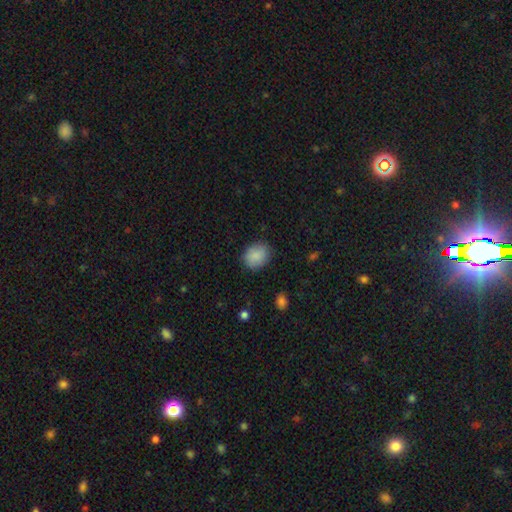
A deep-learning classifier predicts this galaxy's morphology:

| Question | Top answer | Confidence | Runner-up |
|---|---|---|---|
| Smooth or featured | smooth | 88% | star or artifact (7%) |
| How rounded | round | 50% | in between (49%) |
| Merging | none | 83% | minor disturbance (13%) |